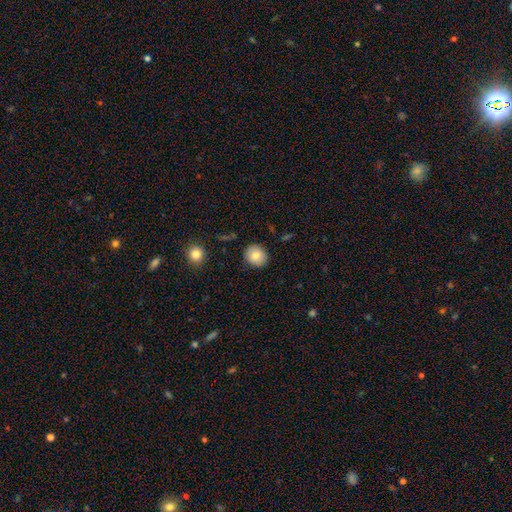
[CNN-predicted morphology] This appears to be a smooth galaxy with no disk features (81%) that is round (82%). Merging: none (89%).